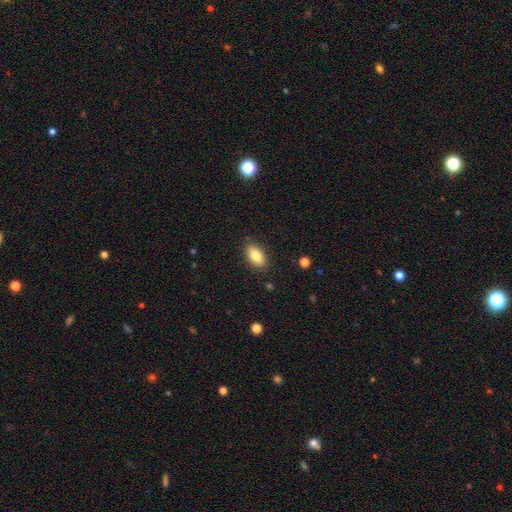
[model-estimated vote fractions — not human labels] The model was most divided on "smooth or featured": smooth: 84%, featured or disk: 9%, star or artifact: 7%. More confident: how rounded — in between (92%); merging — none (86%).